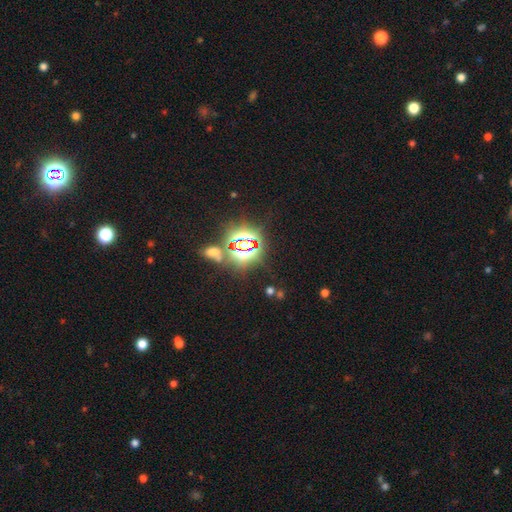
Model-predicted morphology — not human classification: Overall: star or artifact (84%).